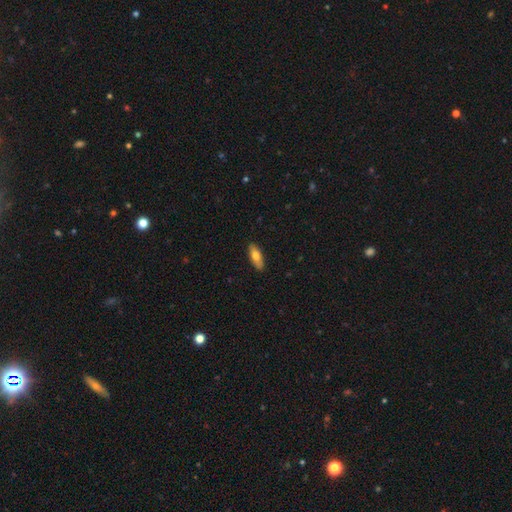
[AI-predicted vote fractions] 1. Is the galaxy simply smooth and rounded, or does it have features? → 72% smooth, 23% featured or disk, 6% star or artifact.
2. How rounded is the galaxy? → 71% in between, 26% cigar-shaped, 2% round.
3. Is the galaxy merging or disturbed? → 88% none, 9% minor disturbance, 2% major disturbance, 1% merger.